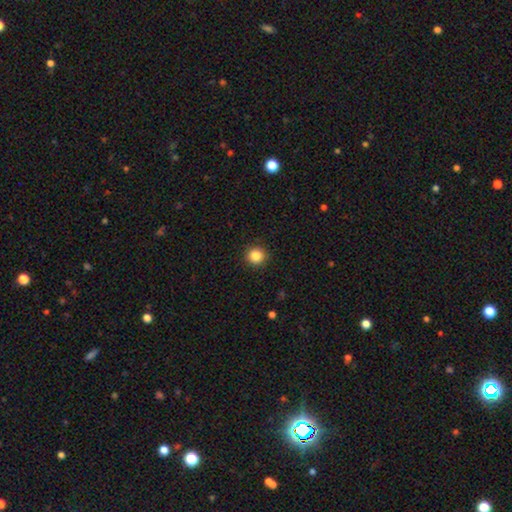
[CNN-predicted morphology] Smooth or featured? smooth (86%)
How rounded? round (95%)
Merging? none (92%)